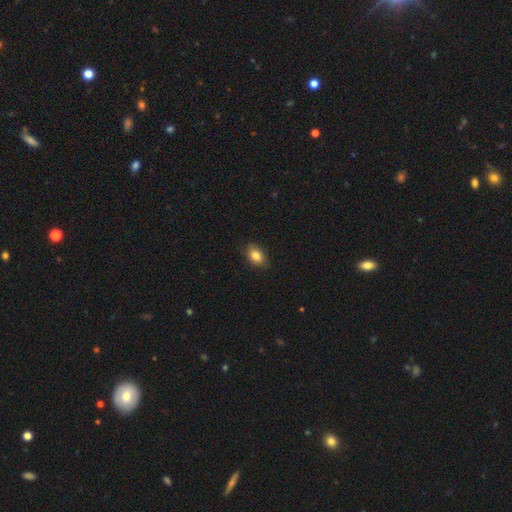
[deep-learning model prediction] Smooth or featured? Predicted: smooth (p=0.84). How rounded? Predicted: in between (p=0.83). Merging? Predicted: none (p=0.85).